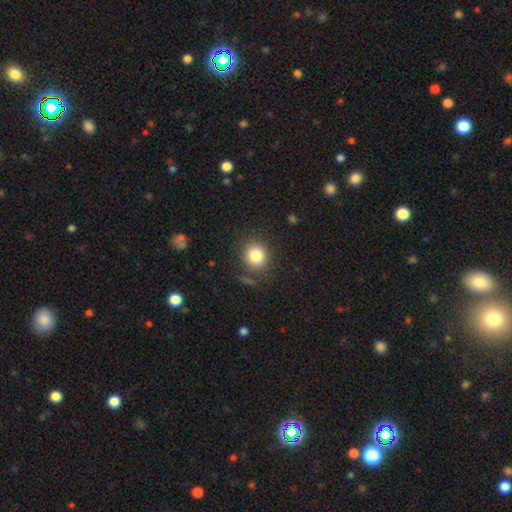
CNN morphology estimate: smooth 83%, star or artifact 11%, featured or disk 6%. Down the decision tree: how rounded — round (85%); merging — none (84%).